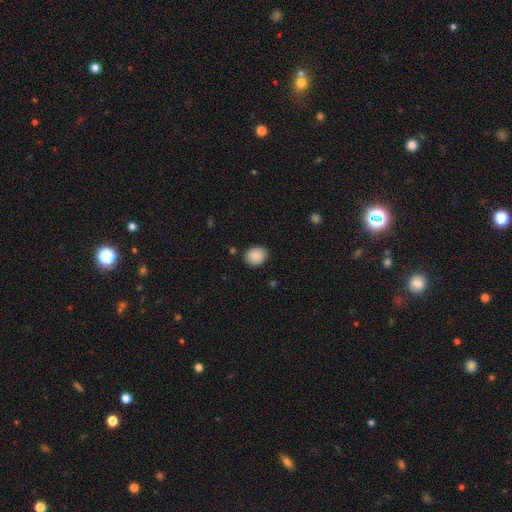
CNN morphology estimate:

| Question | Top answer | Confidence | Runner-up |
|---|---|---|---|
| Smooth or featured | smooth | 88% | star or artifact (8%) |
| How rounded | round | 65% | in between (34%) |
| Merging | none | 87% | minor disturbance (9%) |